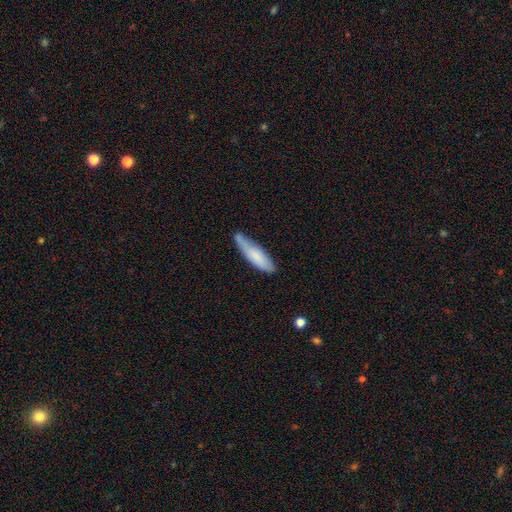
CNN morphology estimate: type=smooth (74%); roundness=cigar-shaped (68%); merging=none (60%).